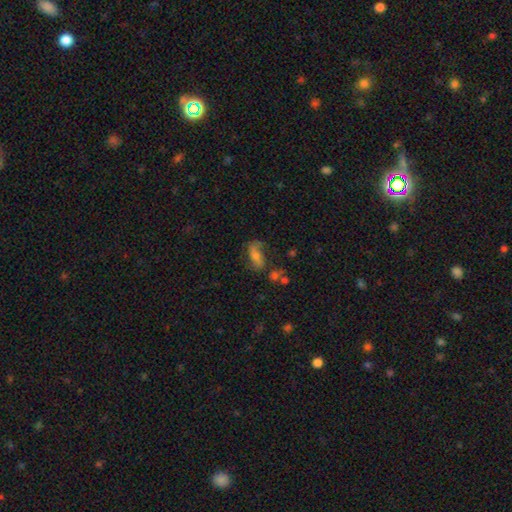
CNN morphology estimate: smooth_or_featured: featured or disk (p=0.57) [alt: smooth p=0.30]
disk_edge_on: no (p=0.92) [alt: yes p=0.08]
bar: no (p=0.45) [alt: weak p=0.34]
has_spiral_arms: yes (p=0.83) [alt: no p=0.17]
bulge_size: moderate (p=0.45) [alt: small p=0.42]
merging: none (p=0.57) [alt: minor disturbance p=0.22]